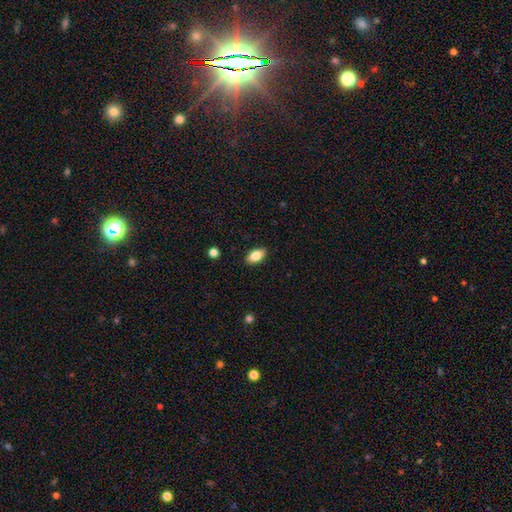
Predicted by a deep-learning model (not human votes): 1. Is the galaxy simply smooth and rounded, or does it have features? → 81% smooth, 11% featured or disk, 8% star or artifact.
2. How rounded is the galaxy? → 91% in between, 5% round, 4% cigar-shaped.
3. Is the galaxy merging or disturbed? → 89% none, 8% minor disturbance, 2% major disturbance, 1% merger.